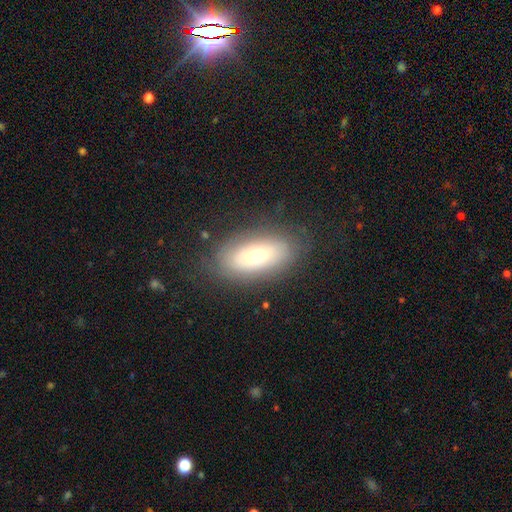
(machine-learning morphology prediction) smooth-or-featured: smooth: 58% | featured or disk: 33% | star or artifact: 9%
  how-rounded: in between: 87% | cigar-shaped: 7% | round: 6%
  merging: none: 77% | minor disturbance: 15% | major disturbance: 7% | merger: 1%